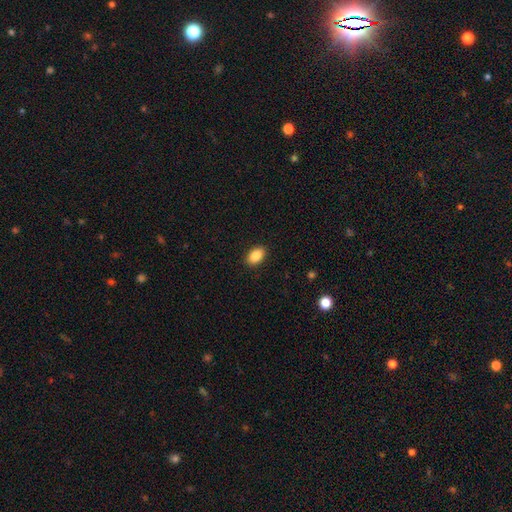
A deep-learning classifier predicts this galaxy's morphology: smooth_or_featured: smooth (p=0.88) [alt: star or artifact p=0.08]
how_rounded: in between (p=0.89) [alt: round p=0.10]
merging: none (p=0.90) [alt: minor disturbance p=0.07]